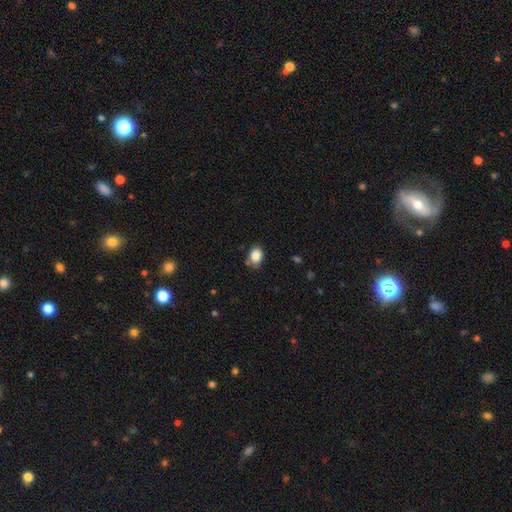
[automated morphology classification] smooth_or_featured: smooth (p=0.86) [alt: star or artifact p=0.09]
how_rounded: in between (p=0.64) [alt: round p=0.35]
merging: none (p=0.71) [alt: minor disturbance p=0.22]